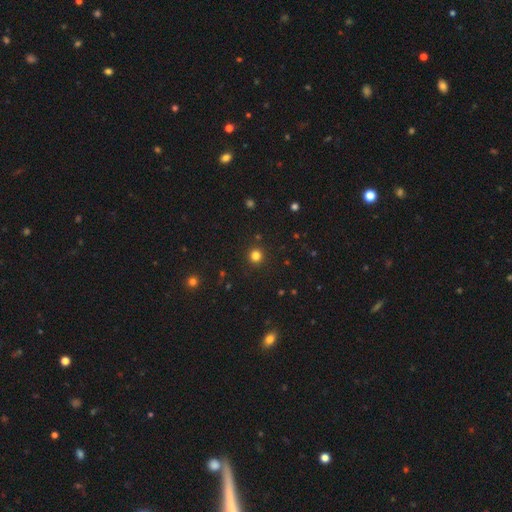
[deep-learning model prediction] Smooth or featured: smooth — 81% (star or artifact — 15%)
How rounded: round — 94% (in between — 5%)
Merging: none — 92% (minor disturbance — 5%)